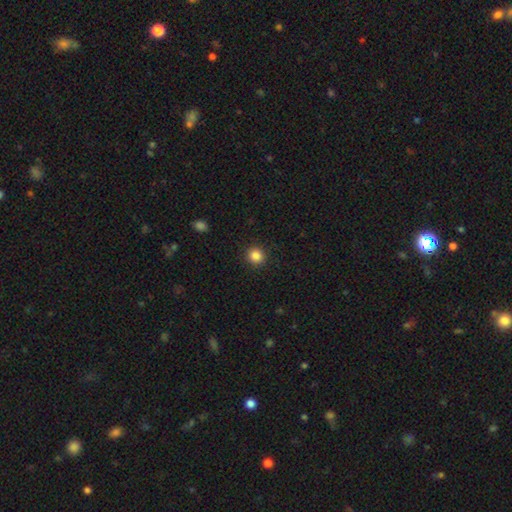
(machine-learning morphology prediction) Smooth or featured?
  - smooth: 85% *
  - star or artifact: 11%
  - featured or disk: 4%
How rounded?
  - round: 92% *
  - in between: 7%
  - cigar-shaped: 1%
Merging?
  - none: 92% *
  - minor disturbance: 5%
  - major disturbance: 2%
  - merger: 1%